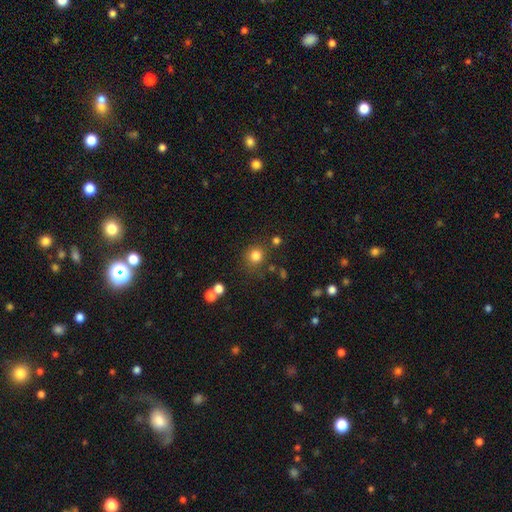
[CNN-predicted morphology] This is clearly a smooth galaxy (81%). How rounded: clearly round (90%). Merging: clearly none (80%).